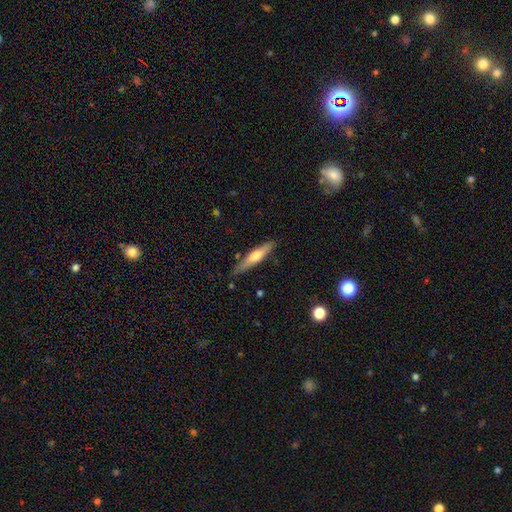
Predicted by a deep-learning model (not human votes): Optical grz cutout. It shows a smooth galaxy with no disk features (49%). Merging: none (81%).